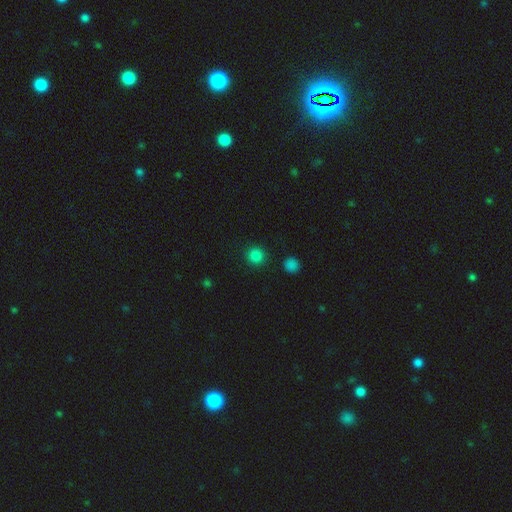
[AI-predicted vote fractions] Smooth or featured: smooth — 84% (star or artifact — 13%)
How rounded: round — 93% (in between — 6%)
Merging: none — 90% (minor disturbance — 6%)